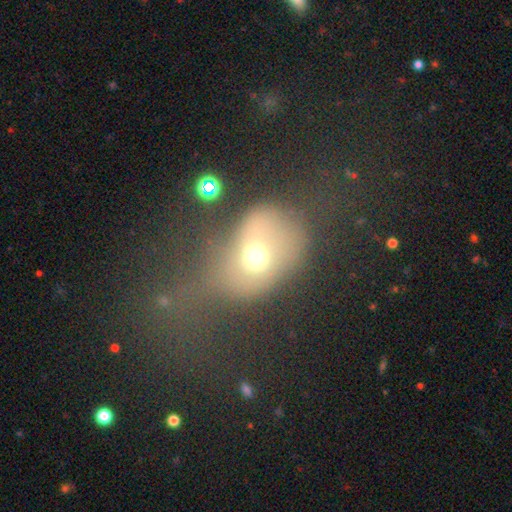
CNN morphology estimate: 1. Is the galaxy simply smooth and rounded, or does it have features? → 61% smooth, 25% featured or disk, 14% star or artifact.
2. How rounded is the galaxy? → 59% in between, 39% round, 2% cigar-shaped.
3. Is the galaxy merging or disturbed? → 51% major disturbance, 22% none, 19% minor disturbance, 9% merger.